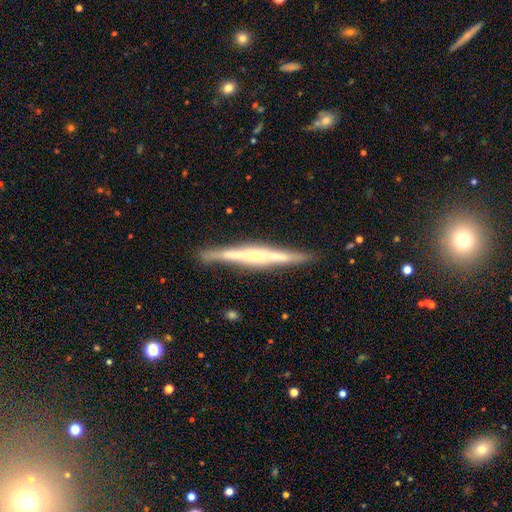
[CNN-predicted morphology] type=featured or disk (76%); edge-on=yes (98%); edge-on bulge=rounded (45%); merging=none (88%).